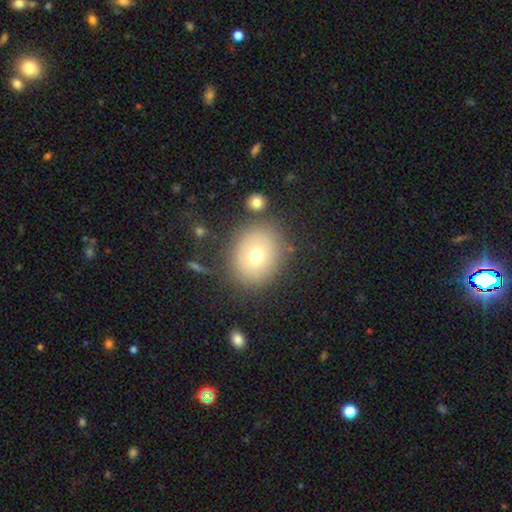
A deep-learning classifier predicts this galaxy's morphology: Overall: smooth (67%). How rounded: round (64%; in between 35%). Merging: none (80%).